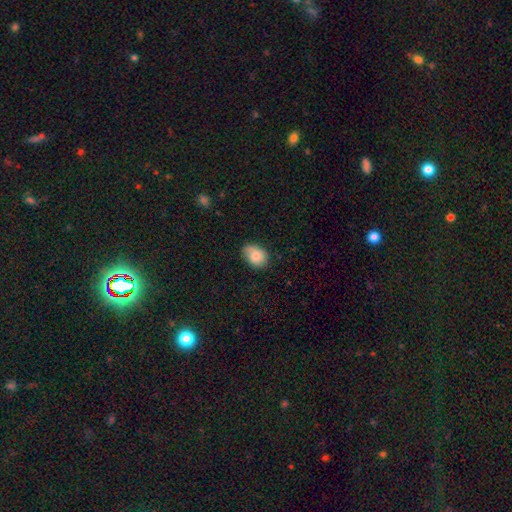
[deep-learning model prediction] Q: Smooth or featured?
A: smooth (81%); runner-up: featured or disk (11%)
Q: How rounded?
A: in between (72%); runner-up: round (27%)
Q: Merging?
A: none (66%); runner-up: minor disturbance (27%)